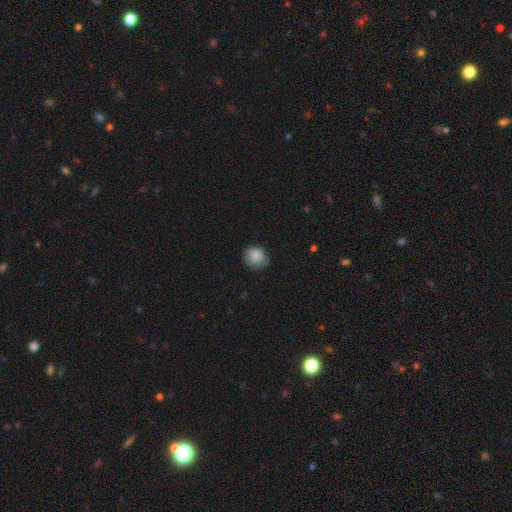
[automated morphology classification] smooth-or-featured: smooth: 86% | star or artifact: 8% | featured or disk: 6%
  how-rounded: round: 83% | in between: 16% | cigar-shaped: 1%
  merging: none: 74% | minor disturbance: 21% | major disturbance: 4% | merger: 1%